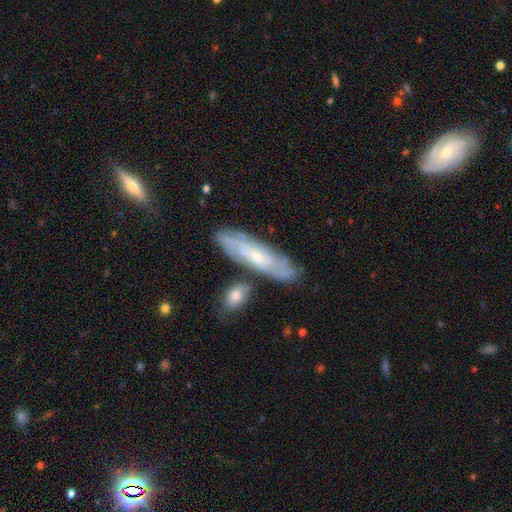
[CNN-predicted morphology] Smooth or featured?
  - featured or disk: 66% *
  - smooth: 27%
  - star or artifact: 7%
Edge-on disk?
  - no: 70% *
  - yes: 30%
Merging?
  - none: 76% *
  - minor disturbance: 13%
  - merger: 8%
  - major disturbance: 3%